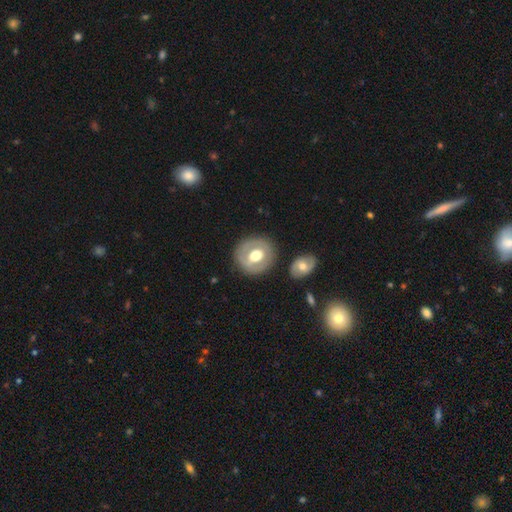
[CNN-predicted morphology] smooth-or-featured: featured or disk: 50% | smooth: 44% | star or artifact: 6%
  disk-edge-on: no: 94% | yes: 6%
  merging: none: 80% | minor disturbance: 11% | merger: 5% | major disturbance: 4%